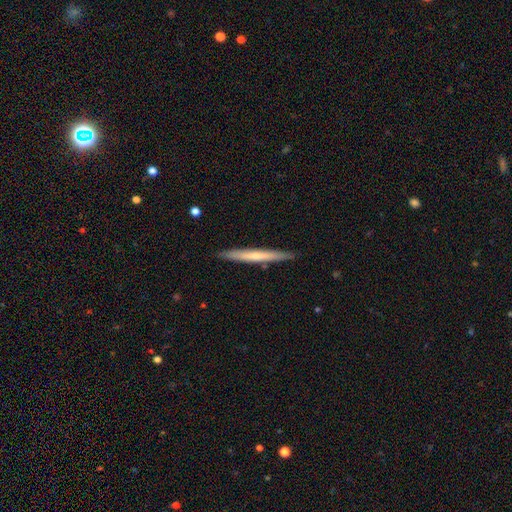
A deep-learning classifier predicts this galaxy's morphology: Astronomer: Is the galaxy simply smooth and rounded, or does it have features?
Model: smooth — 50% (runner-up: featured or disk, 45%).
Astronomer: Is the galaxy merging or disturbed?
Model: none — 90%.